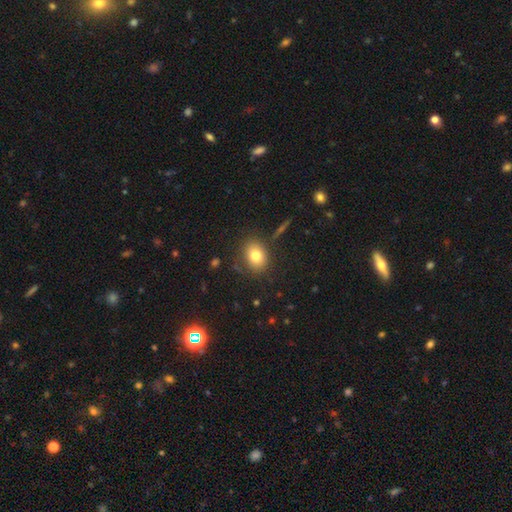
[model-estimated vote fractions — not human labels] smooth 78%, featured or disk 11%, star or artifact 11%. Down the decision tree: how rounded — in between (57%); merging — none (82%).